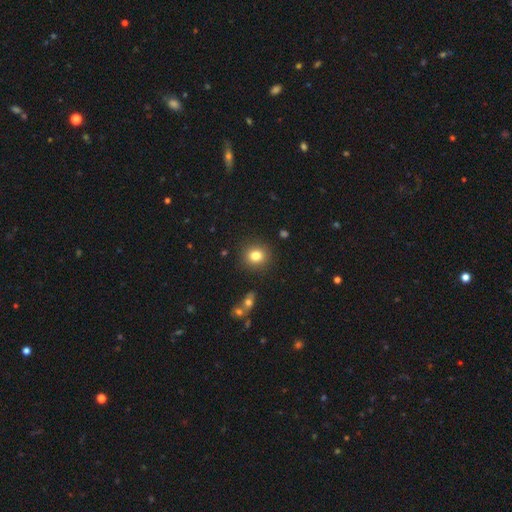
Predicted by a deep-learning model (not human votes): This appears to be a smooth galaxy with no disk features (82%) that is round (84%). Merging: none (89%).